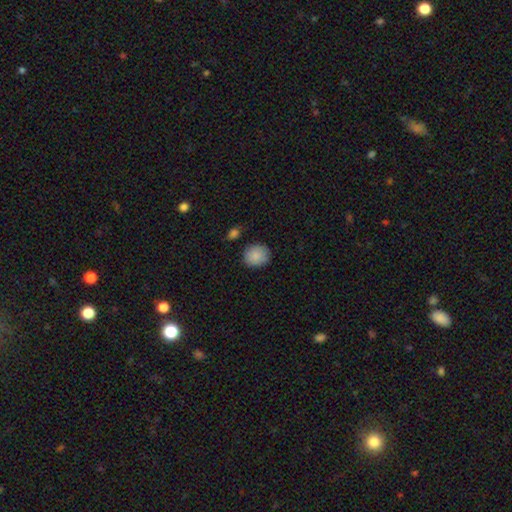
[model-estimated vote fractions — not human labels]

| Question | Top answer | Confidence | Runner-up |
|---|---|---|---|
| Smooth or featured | smooth | 87% | star or artifact (7%) |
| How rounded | round | 75% | in between (24%) |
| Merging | none | 80% | minor disturbance (14%) |